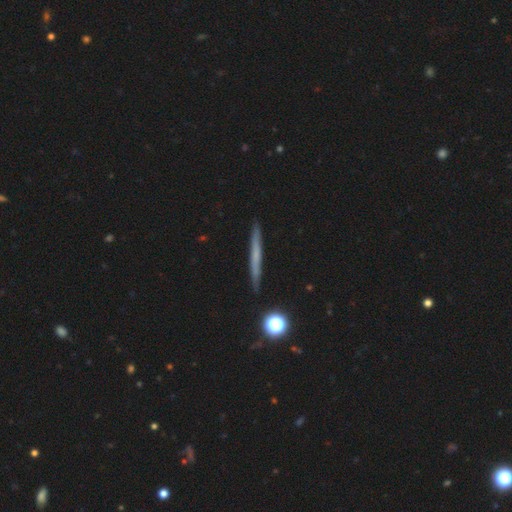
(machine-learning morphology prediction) Smooth or featured?
  - smooth: 48% *
  - featured or disk: 45%
  - star or artifact: 8%
Merging?
  - none: 91% *
  - minor disturbance: 6%
  - merger: 1%
  - major disturbance: 1%